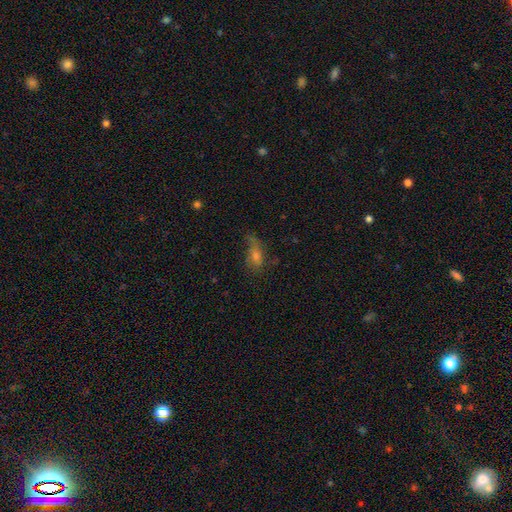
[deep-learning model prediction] Morphology: type=smooth (49%); merging=none (45%).